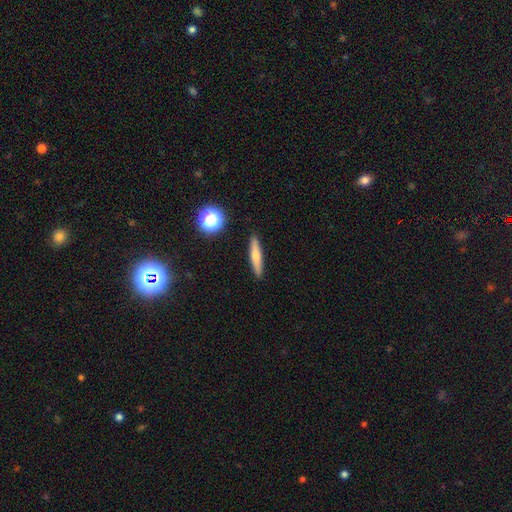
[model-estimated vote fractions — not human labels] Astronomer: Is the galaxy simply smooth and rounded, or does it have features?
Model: smooth — 61%.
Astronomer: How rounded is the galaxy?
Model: cigar-shaped — 88%.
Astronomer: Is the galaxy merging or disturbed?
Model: none — 90%.